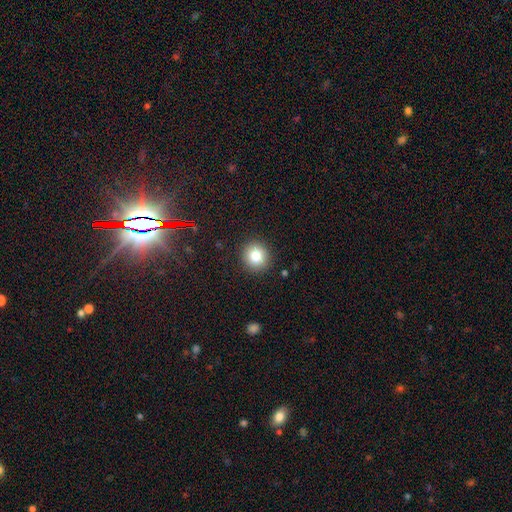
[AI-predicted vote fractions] smooth-or-featured: smooth: 82% | star or artifact: 11% | featured or disk: 8%
  how-rounded: round: 89% | in between: 10% | cigar-shaped: 1%
  merging: none: 90% | minor disturbance: 6% | major disturbance: 2% | merger: 1%